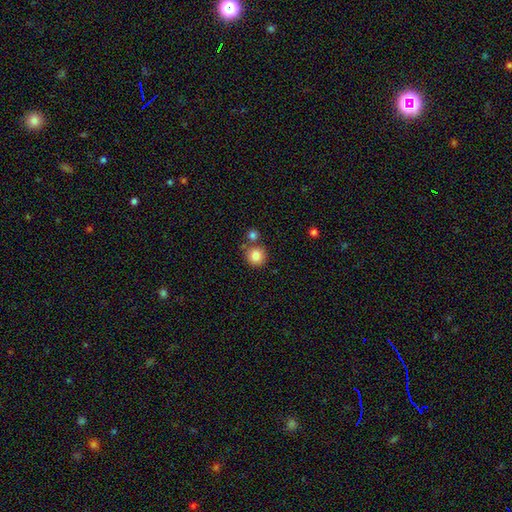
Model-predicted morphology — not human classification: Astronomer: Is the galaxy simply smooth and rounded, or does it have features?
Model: smooth — 84%.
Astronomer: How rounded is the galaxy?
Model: round — 92%.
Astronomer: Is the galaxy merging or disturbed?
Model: none — 69%.